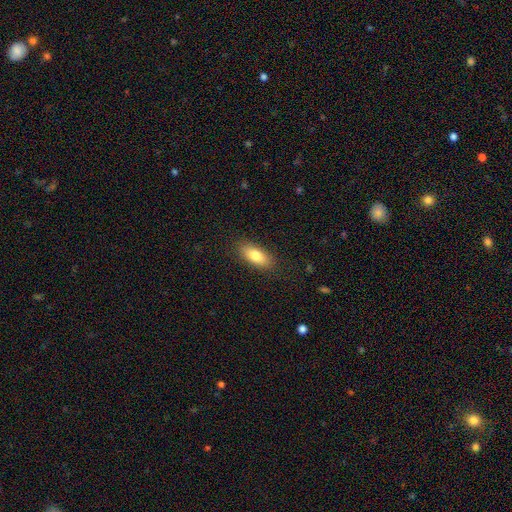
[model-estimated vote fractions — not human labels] smooth 81%, featured or disk 13%, star or artifact 7%. Down the decision tree: how rounded — in between (82%); merging — none (86%).